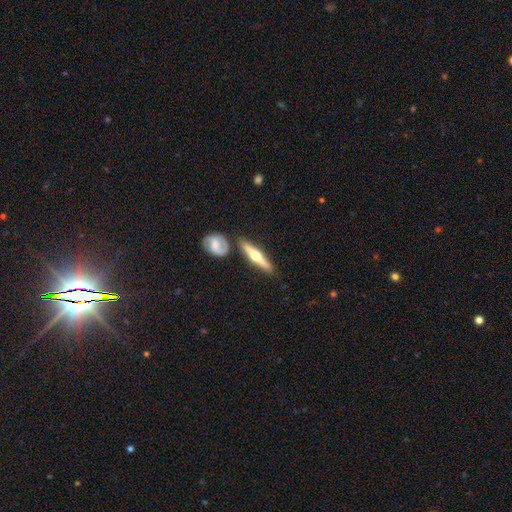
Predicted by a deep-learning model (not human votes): featured or disk 63%, smooth 32%, star or artifact 5%. Down the decision tree: edge-on disk — yes (92%); edge-on bulge — rounded (93%); merging — none (80%).